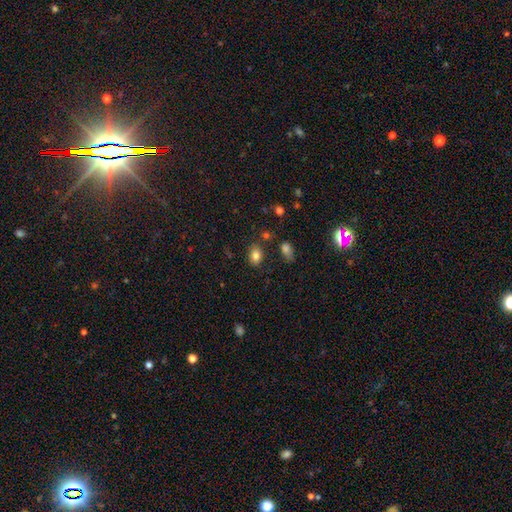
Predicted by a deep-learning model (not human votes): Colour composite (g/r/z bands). It shows a smooth galaxy with no disk features (82%) that is in between round and cigar-shaped (75%). Merging: none (79%).